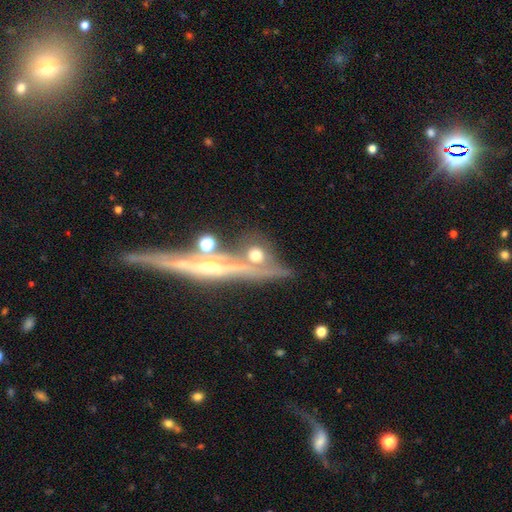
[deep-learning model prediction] A smooth galaxy with no disk features (48%). Merging: none (50%).